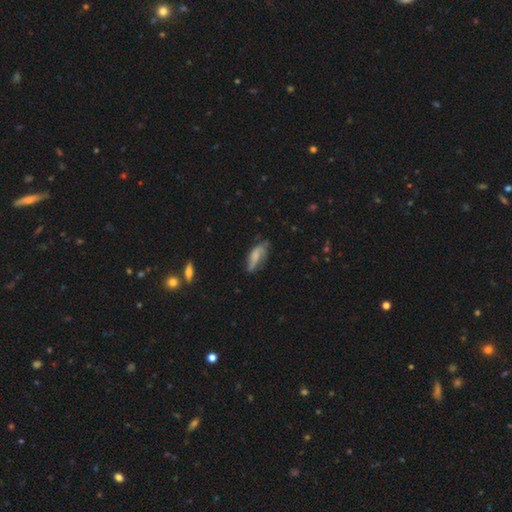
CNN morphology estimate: smooth_or_featured: smooth (p=0.47) [alt: featured or disk p=0.45]
merging: none (p=0.48) [alt: minor disturbance p=0.32]